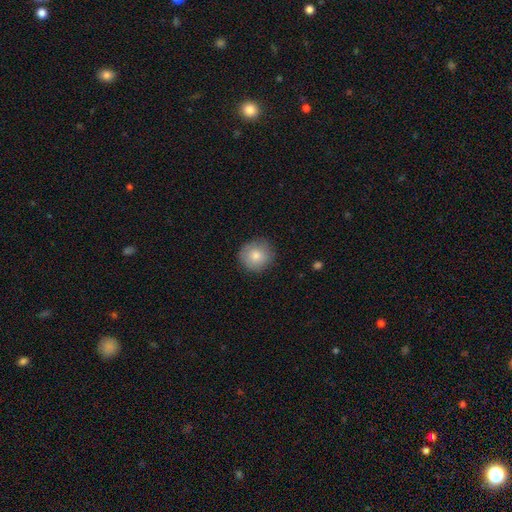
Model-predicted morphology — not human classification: Smooth or featured?
  - smooth: 78% *
  - featured or disk: 14%
  - star or artifact: 8%
How rounded?
  - round: 92% *
  - in between: 7%
  - cigar-shaped: 1%
Merging?
  - none: 85% *
  - minor disturbance: 11%
  - major disturbance: 2%
  - merger: 1%